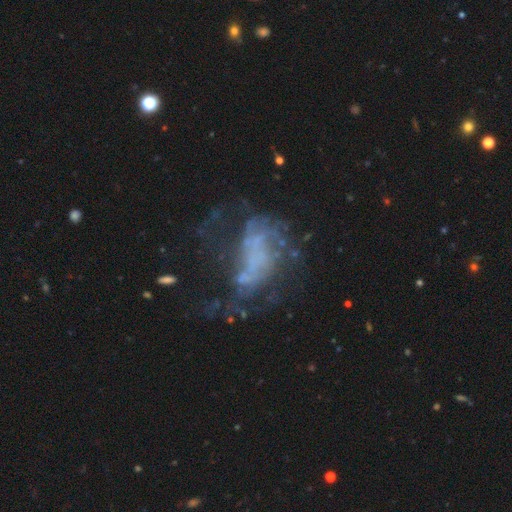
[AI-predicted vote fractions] Smooth or featured: featured or disk — 63% (star or artifact — 19%)
Edge-on disk: no — 97% (yes — 3%)
Bar: no — 82% (weak — 13%)
Spiral arms: no — 63% (yes — 37%)
Bulge size: none — 78% (small — 10%)
Merging: major disturbance — 46% (none — 31%)